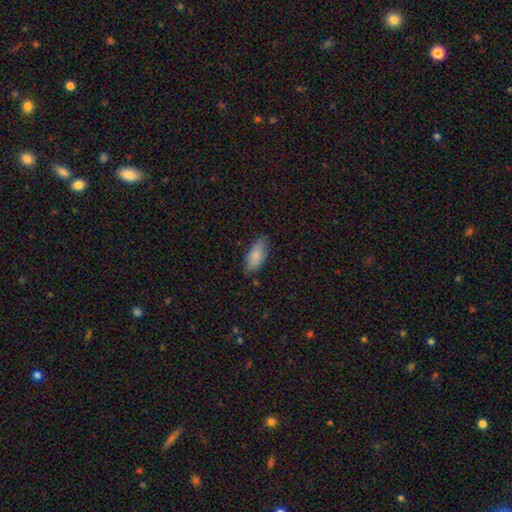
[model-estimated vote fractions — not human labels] Q: Smooth or featured?
A: smooth (85%); runner-up: featured or disk (8%)
Q: How rounded?
A: in between (85%); runner-up: cigar-shaped (13%)
Q: Merging?
A: none (78%); runner-up: minor disturbance (17%)